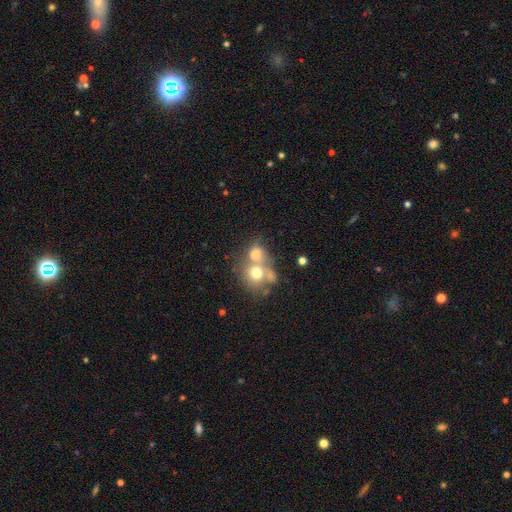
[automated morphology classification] Smooth or featured?
  - smooth: 60% *
  - featured or disk: 25%
  - star or artifact: 15%
How rounded?
  - round: 74% *
  - in between: 25%
  - cigar-shaped: 1%
Merging?
  - merger: 60% *
  - none: 29%
  - minor disturbance: 7%
  - major disturbance: 4%